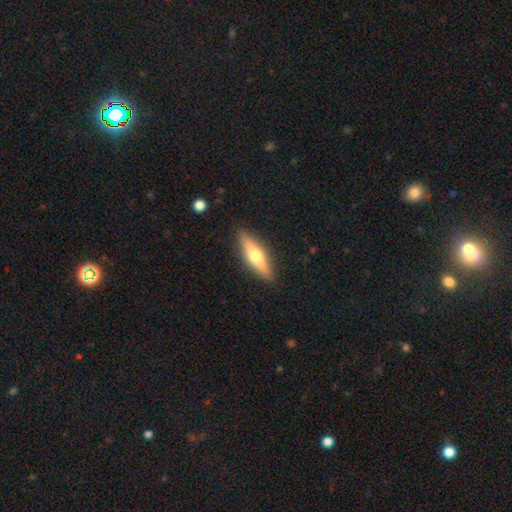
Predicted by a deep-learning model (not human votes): Smooth or featured? featured or disk (49%)
Merging? none (89%)